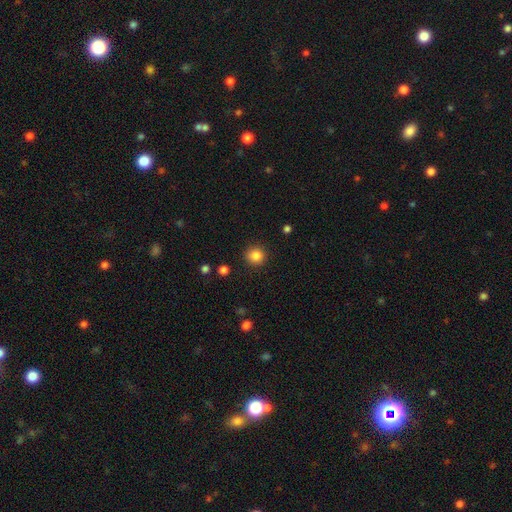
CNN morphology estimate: smooth_or_featured: smooth (p=0.86) [alt: star or artifact p=0.11]
how_rounded: round (p=0.91) [alt: in between p=0.08]
merging: none (p=0.90) [alt: minor disturbance p=0.06]